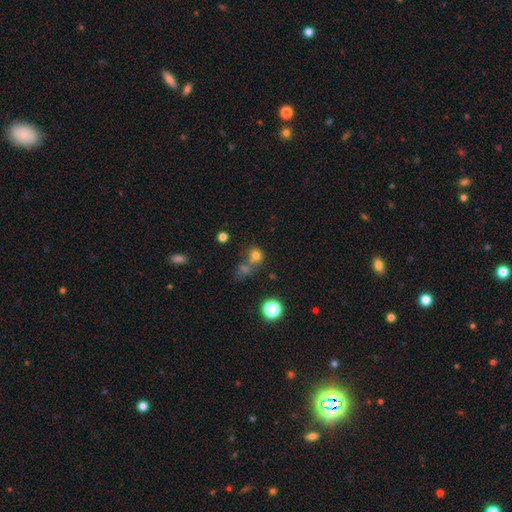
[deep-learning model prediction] smooth 70%, star or artifact 19%, featured or disk 11%. Down the decision tree: how rounded — round (78%); merging — none (44%).